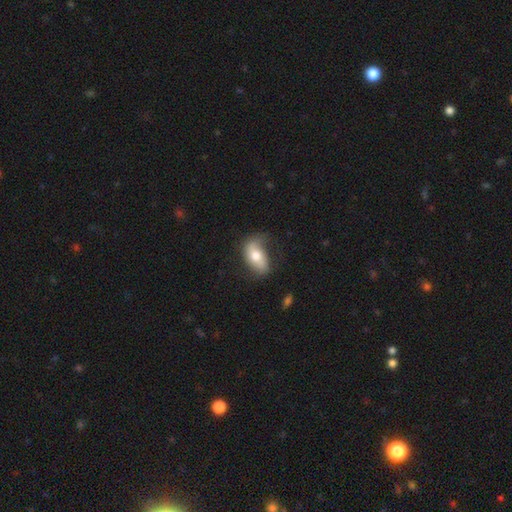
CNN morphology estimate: The model was most divided on "smooth or featured": smooth: 53%, featured or disk: 40%, star or artifact: 7%. More confident: how rounded — in between (88%); merging — none (56%).